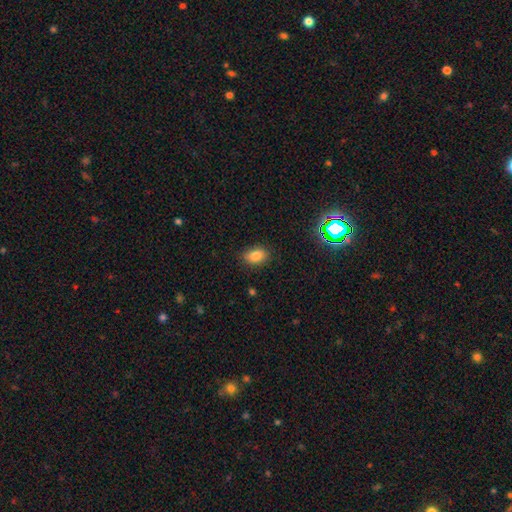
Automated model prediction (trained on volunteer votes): Smooth or featured? smooth (82%)
How rounded? in between (84%)
Merging? none (83%)